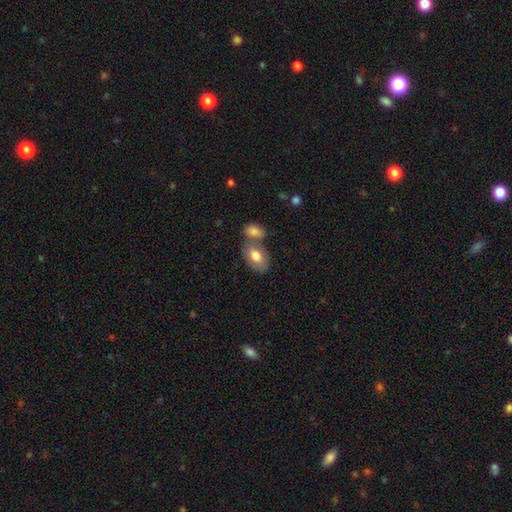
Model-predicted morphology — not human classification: Smooth or featured? Predicted: smooth (p=0.76). How rounded? Predicted: in between (p=0.91). Merging? Predicted: none (p=0.46).